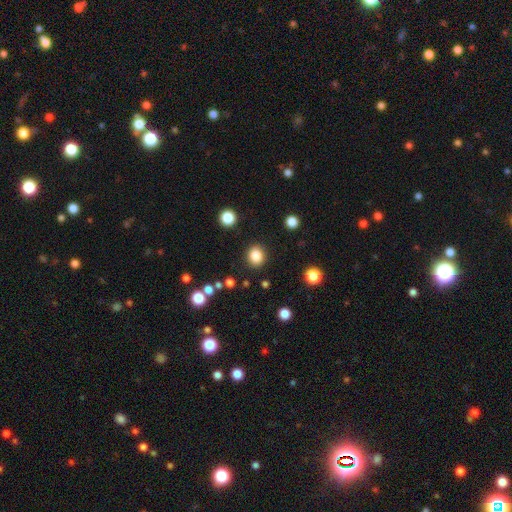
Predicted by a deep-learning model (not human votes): Overall: smooth (84%). How rounded: round (75%). Merging: none (89%).